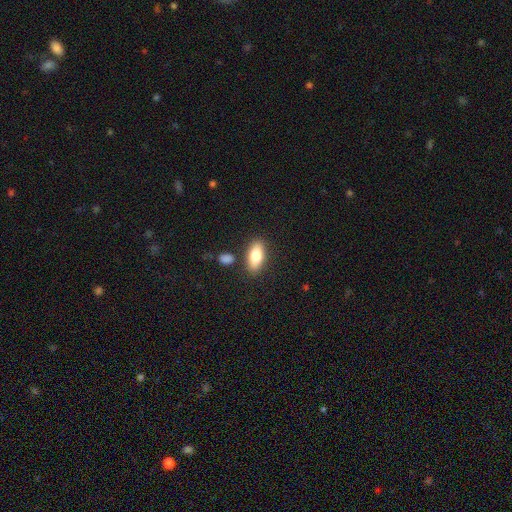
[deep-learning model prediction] Smooth or featured? Predicted: smooth (p=0.79). How rounded? Predicted: in between (p=0.84). Merging? Predicted: none (p=0.82).